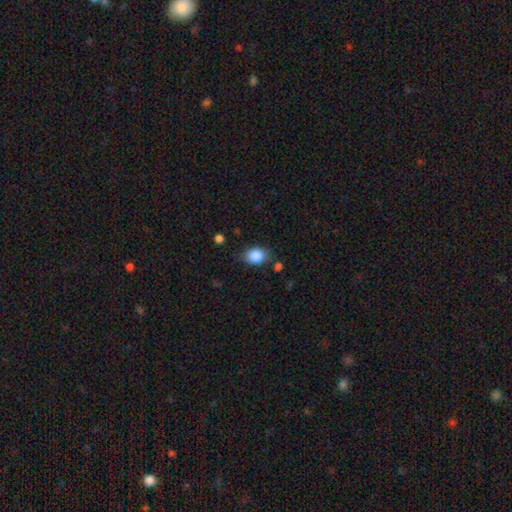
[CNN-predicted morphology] This is clearly a smooth galaxy (86%). How rounded: likely in between (70%). Merging: likely none (75%).